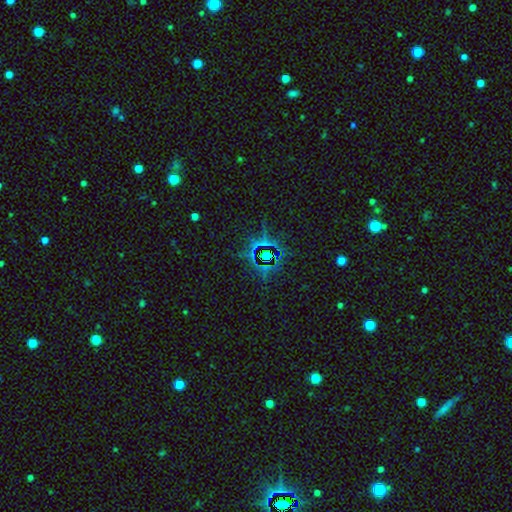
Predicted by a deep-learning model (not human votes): A star or artifact, not a galaxy (77%).